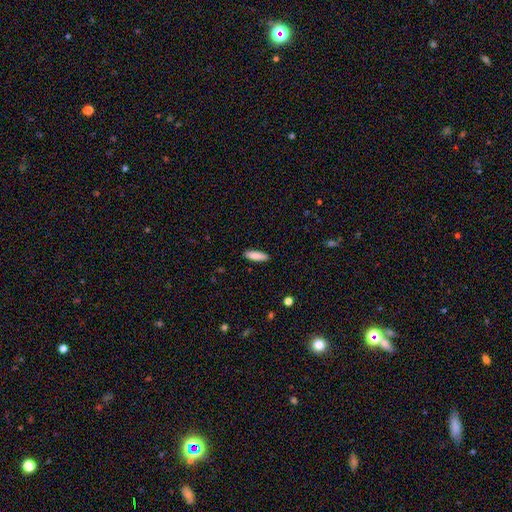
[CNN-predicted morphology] This is clearly a smooth galaxy (87%). How rounded: possibly cigar-shaped (58%). Merging: clearly none (89%).